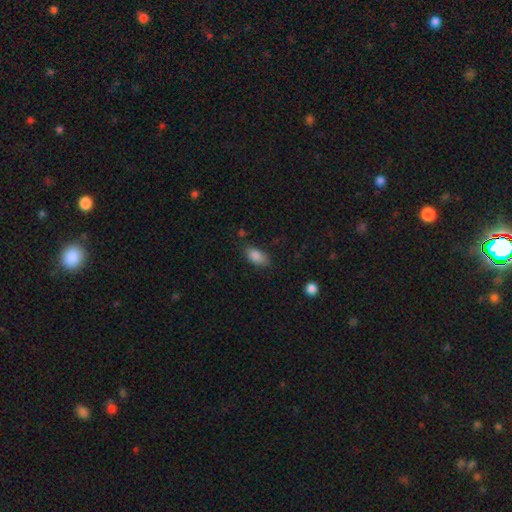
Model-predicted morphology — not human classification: Overall: smooth (86%). How rounded: in between (90%). Merging: none (75%).